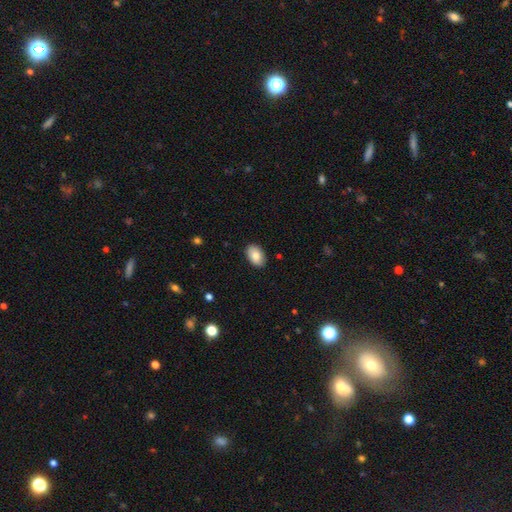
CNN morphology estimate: Q: Smooth or featured?
A: smooth (83%); runner-up: featured or disk (11%)
Q: How rounded?
A: in between (91%); runner-up: round (8%)
Q: Merging?
A: none (88%); runner-up: minor disturbance (9%)